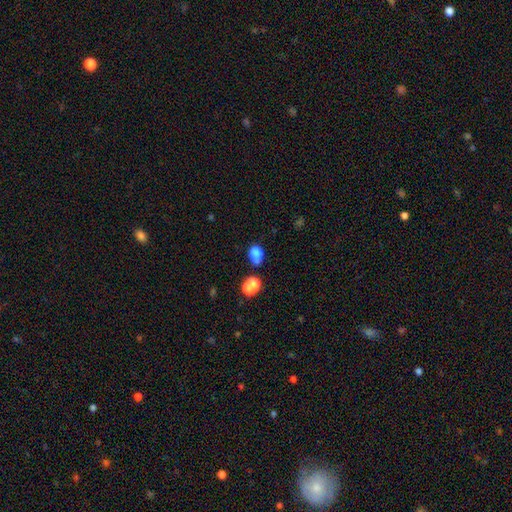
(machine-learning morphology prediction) This appears to be a smooth galaxy with no disk features (77%) that is in between round and cigar-shaped (75%). Merging: none (49%).